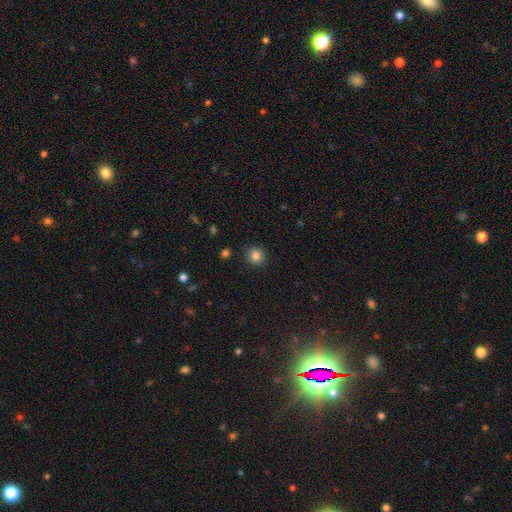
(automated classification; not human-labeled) Smooth or featured: smooth — 84% (star or artifact — 11%)
How rounded: round — 89% (in between — 10%)
Merging: none — 90% (minor disturbance — 6%)